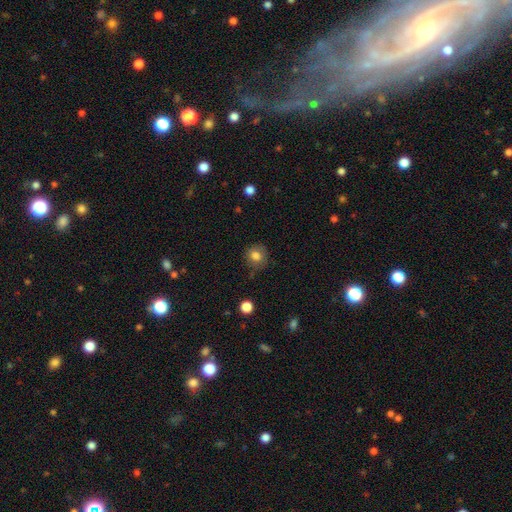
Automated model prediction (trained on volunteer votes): A smooth galaxy with no disk features (81%) that is round (84%). Merging: none (79%).